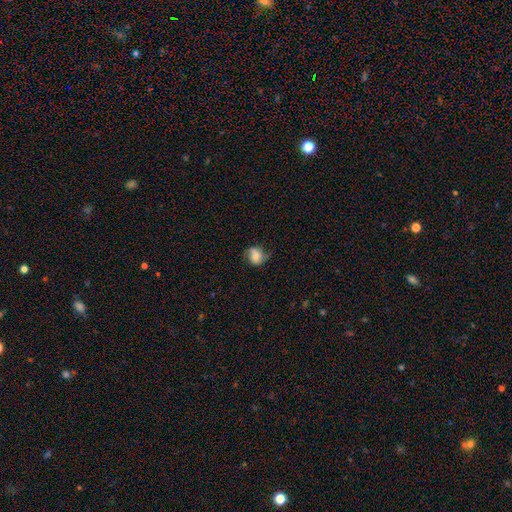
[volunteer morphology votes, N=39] Overall: smooth (67%; featured or disk 28%). How rounded: round (81%). Merging: none (38%; minor disturbance 27%).